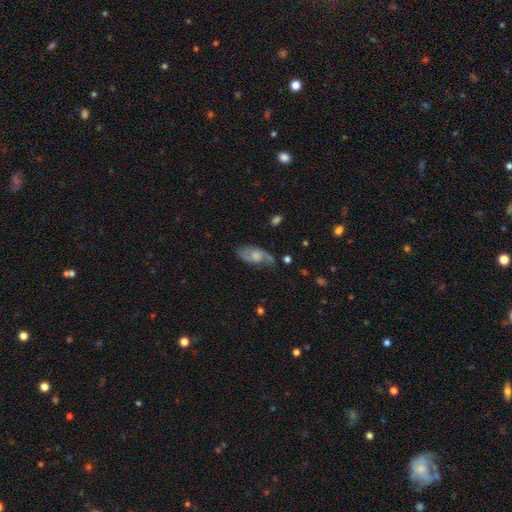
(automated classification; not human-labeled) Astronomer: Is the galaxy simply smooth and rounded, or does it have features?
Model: featured or disk — 64%.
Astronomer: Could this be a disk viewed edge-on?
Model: no — 91%.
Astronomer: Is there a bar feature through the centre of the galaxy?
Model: no — 64%.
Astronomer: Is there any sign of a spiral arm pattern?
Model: yes — 86%.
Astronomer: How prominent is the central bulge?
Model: moderate — 40% (runner-up: small, 22%).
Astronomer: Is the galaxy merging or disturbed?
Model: none — 58%.